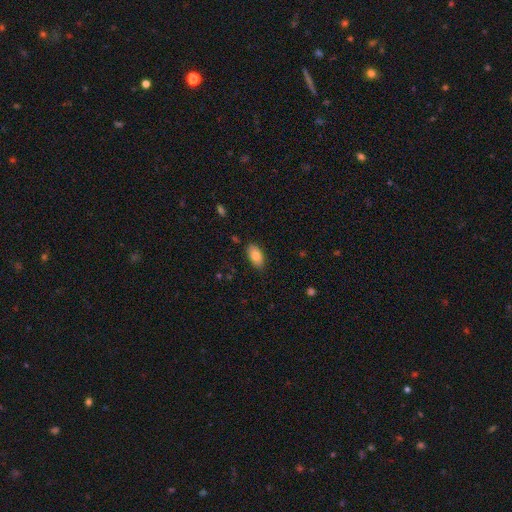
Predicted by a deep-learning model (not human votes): Overall: smooth (81%). How rounded: in between (92%). Merging: none (86%).